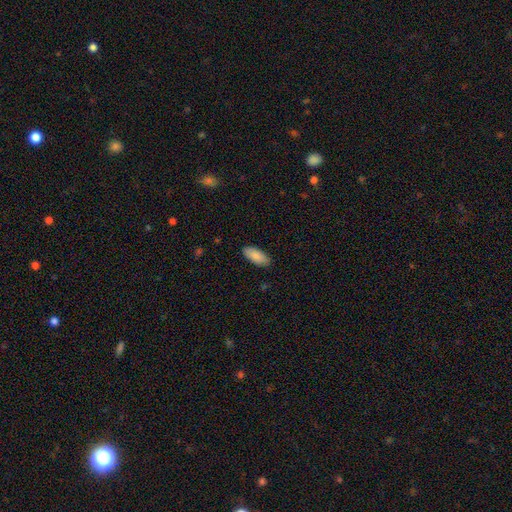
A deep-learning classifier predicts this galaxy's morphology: A smooth galaxy with no disk features (88%) that is in between round and cigar-shaped (88%).

Vote fractions:
- Smooth or featured? smooth: 88% / featured or disk: 7% / star or artifact: 6%
- How rounded? in between: 88% / cigar-shaped: 11% / round: 2%
- Merging? none: 88% / minor disturbance: 9% / major disturbance: 2% / merger: 1%